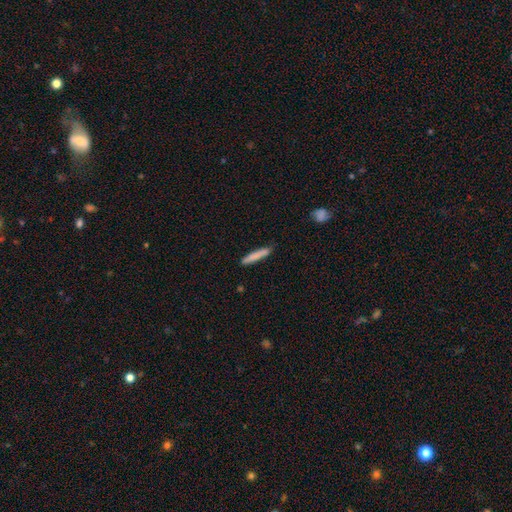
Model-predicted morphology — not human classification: A smooth galaxy with no disk features (81%) that is cigar-shaped (93%). Merging: none (83%).